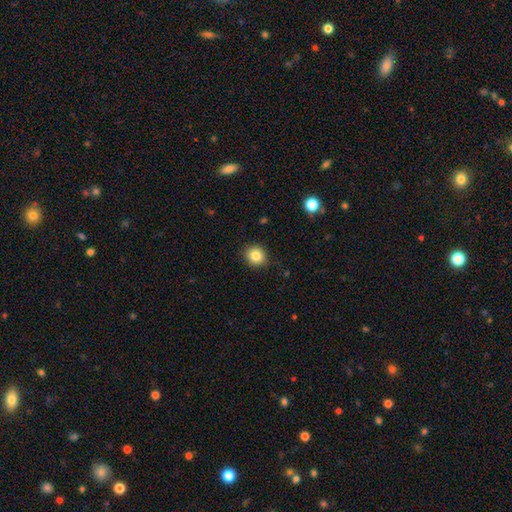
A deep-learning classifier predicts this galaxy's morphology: Smooth or featured? smooth (84%)
How rounded? round (86%)
Merging? none (90%)